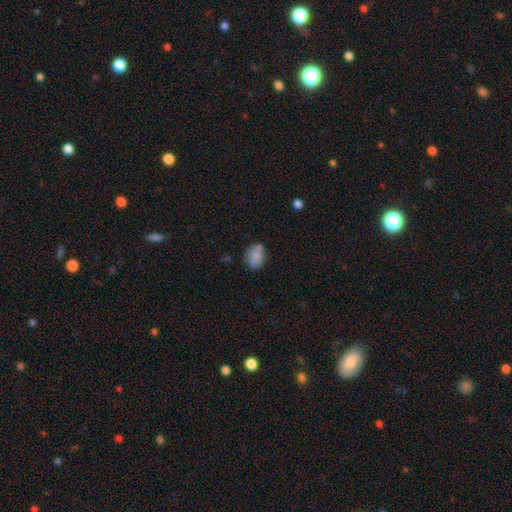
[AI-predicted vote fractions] Smooth or featured?
  - smooth: 82% *
  - featured or disk: 9%
  - star or artifact: 9%
How rounded?
  - in between: 67% *
  - round: 31%
  - cigar-shaped: 1%
Merging?
  - none: 64% *
  - minor disturbance: 23%
  - merger: 8%
  - major disturbance: 6%